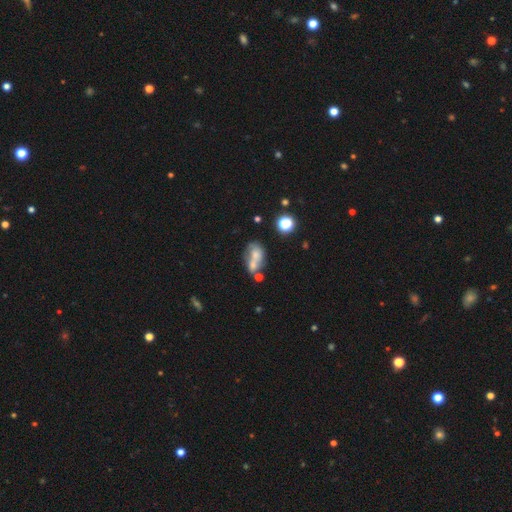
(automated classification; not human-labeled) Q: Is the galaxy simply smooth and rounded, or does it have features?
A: smooth — 54%.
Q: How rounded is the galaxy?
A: in between — 75%.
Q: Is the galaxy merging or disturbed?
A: merger — 51%.